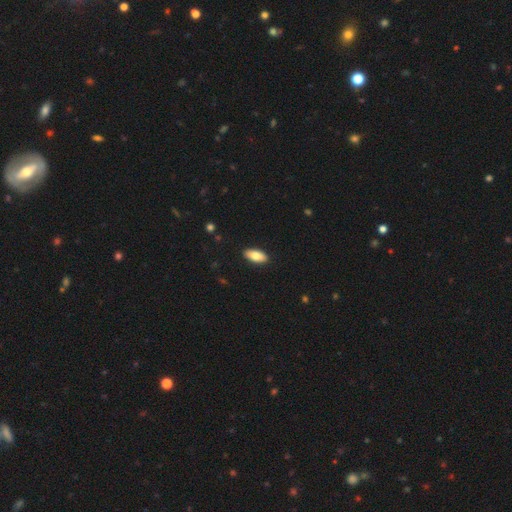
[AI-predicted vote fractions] Q: Smooth or featured?
A: smooth (80%); runner-up: featured or disk (14%)
Q: How rounded?
A: in between (89%); runner-up: cigar-shaped (9%)
Q: Merging?
A: none (90%); runner-up: minor disturbance (7%)